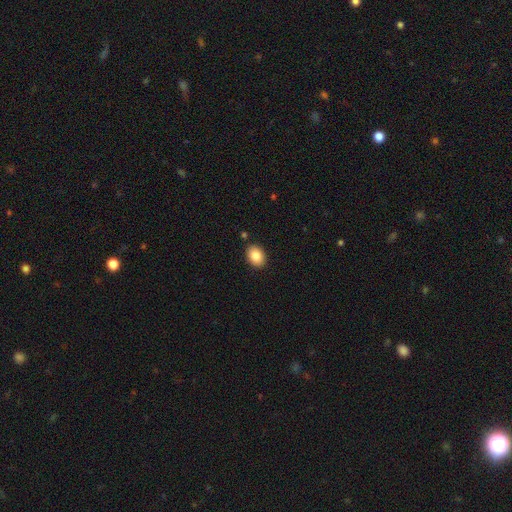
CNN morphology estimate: smooth 85%, star or artifact 8%, featured or disk 7%. Down the decision tree: how rounded — in between (74%); merging — none (89%).